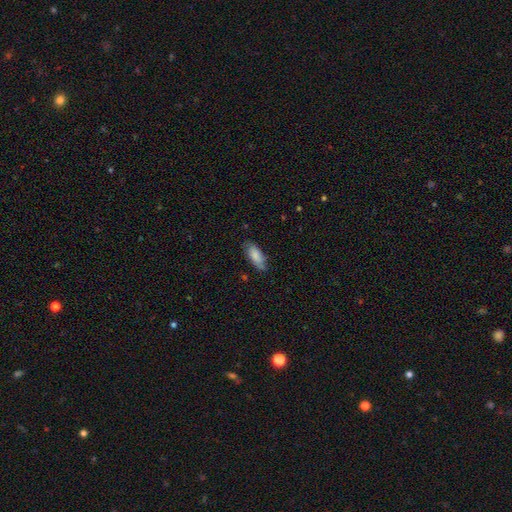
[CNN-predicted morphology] type=smooth (80%); roundness=in between (78%); merging=none (70%).